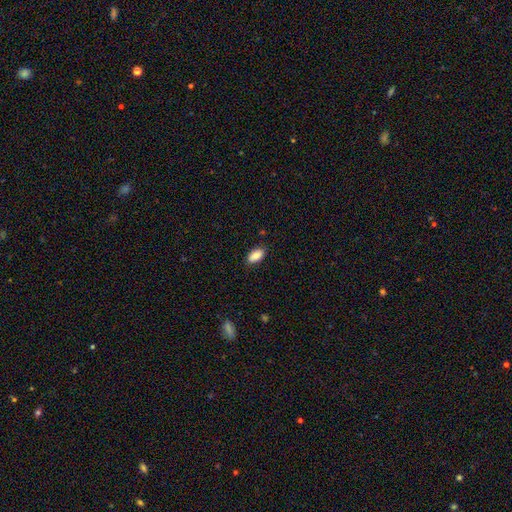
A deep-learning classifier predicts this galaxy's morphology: type=smooth (84%); roundness=in between (92%); merging=none (86%).